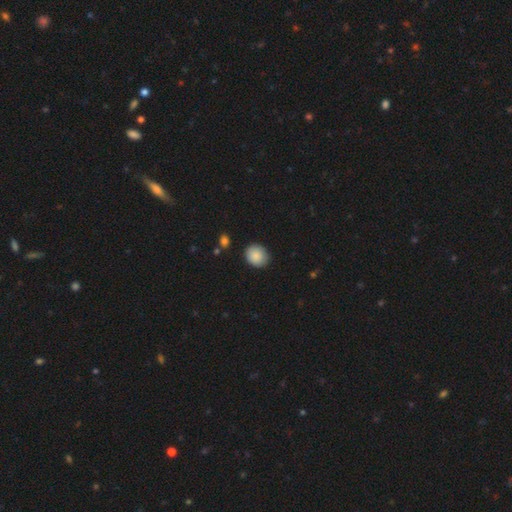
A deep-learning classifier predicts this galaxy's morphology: The model was most divided on "how rounded": round: 66%, in between: 33%, cigar-shaped: 1%. More confident: smooth or featured — smooth (88%); merging — none (85%).